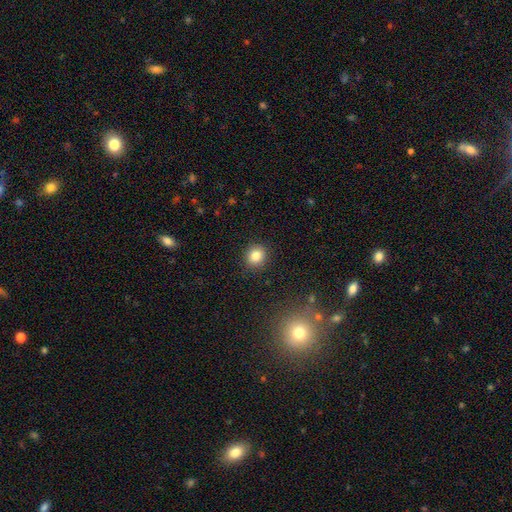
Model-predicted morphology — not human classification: A smooth galaxy with no disk features (83%) that is round (81%). Merging: none (90%).